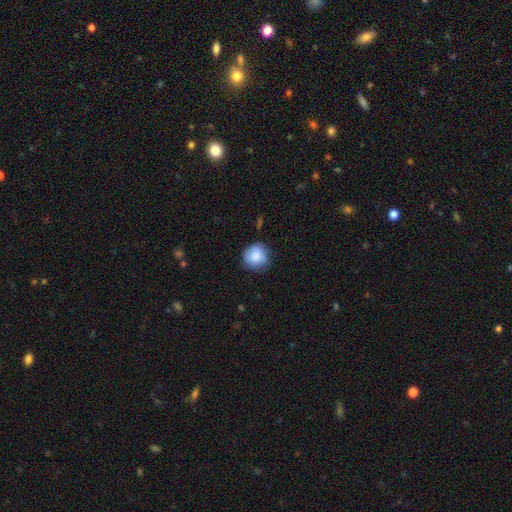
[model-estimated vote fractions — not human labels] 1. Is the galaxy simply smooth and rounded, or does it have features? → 85% smooth, 8% featured or disk, 7% star or artifact.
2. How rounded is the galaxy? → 91% round, 8% in between, 1% cigar-shaped.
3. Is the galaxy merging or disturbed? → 77% none, 18% minor disturbance, 4% major disturbance, 1% merger.